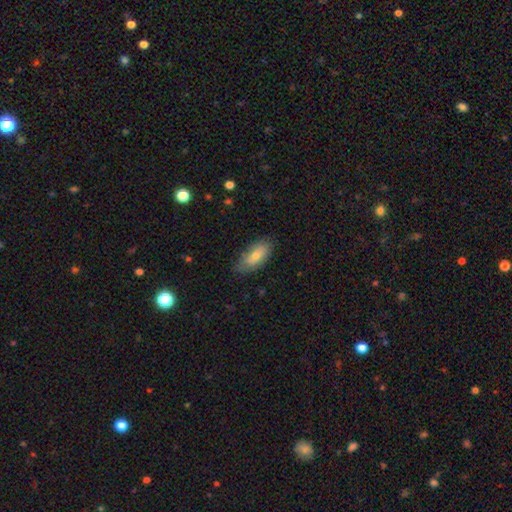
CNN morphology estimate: smooth 72%, featured or disk 21%, star or artifact 7%. Down the decision tree: how rounded — in between (82%); merging — none (78%).